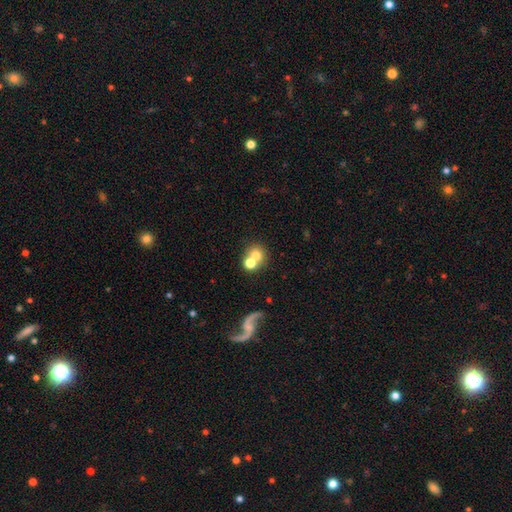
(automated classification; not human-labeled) Morphology: type=smooth (67%); roundness=round (83%); merging=merger (44%).